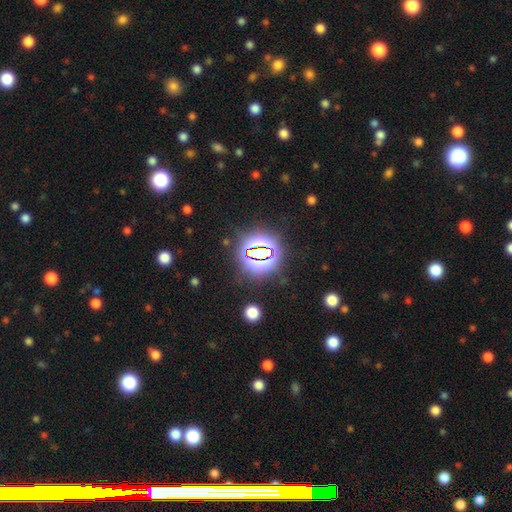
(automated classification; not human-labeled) Smooth or featured?
  - star or artifact: 77% *
  - smooth: 14%
  - featured or disk: 9%